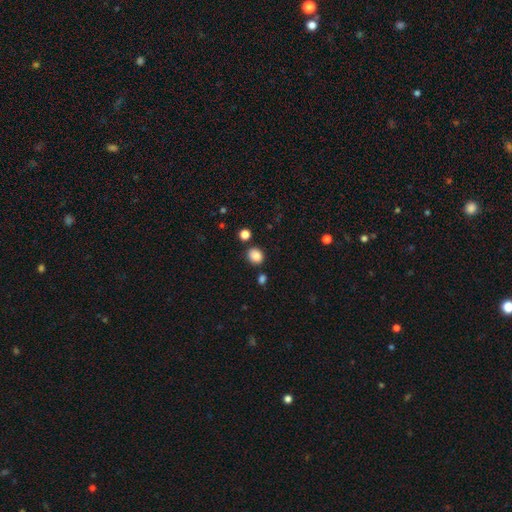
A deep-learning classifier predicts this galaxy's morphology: type=smooth (86%); roundness=round (60%); merging=none (82%).